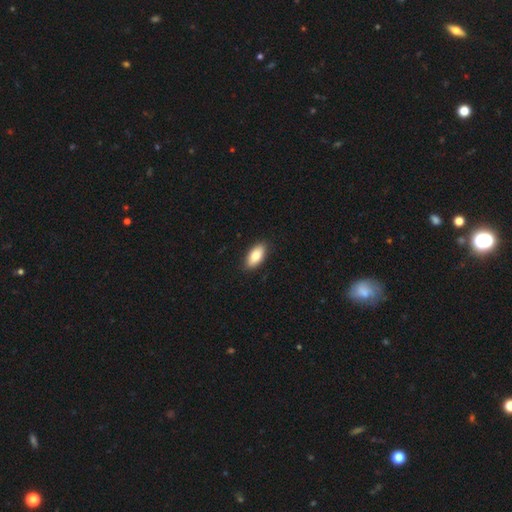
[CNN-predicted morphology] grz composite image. It shows a smooth galaxy with no disk features (82%) that is in between round and cigar-shaped (90%). Merging: none (89%).